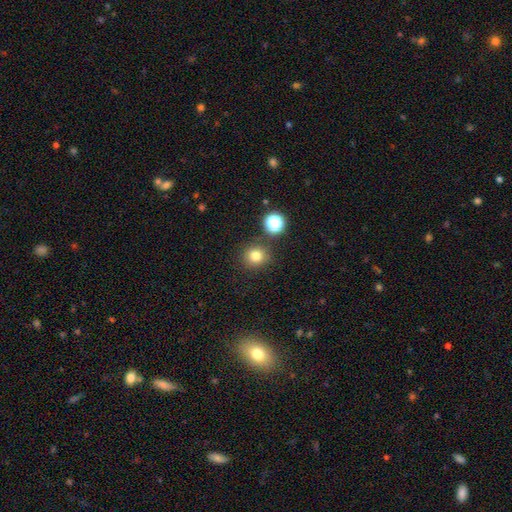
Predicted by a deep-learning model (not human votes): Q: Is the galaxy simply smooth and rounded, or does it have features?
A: smooth — 78%.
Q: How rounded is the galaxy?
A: round — 90%.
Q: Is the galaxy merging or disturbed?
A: none — 84%.